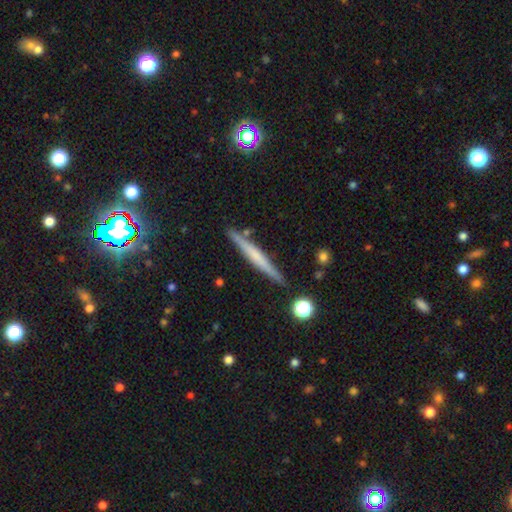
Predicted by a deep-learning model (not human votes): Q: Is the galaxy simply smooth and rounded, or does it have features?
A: featured or disk — 50%.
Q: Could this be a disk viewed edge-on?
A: yes — 97%.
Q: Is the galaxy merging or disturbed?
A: none — 88%.